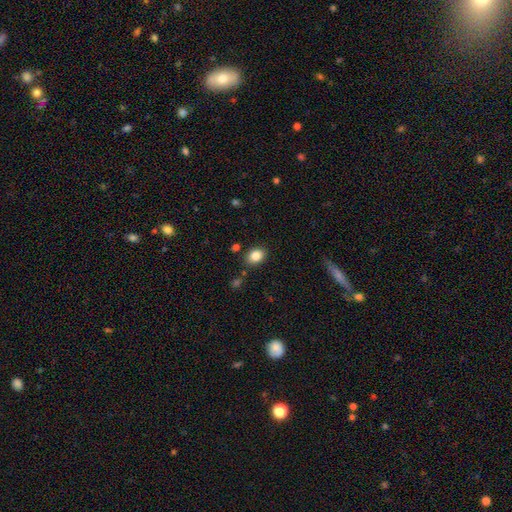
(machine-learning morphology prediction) smooth_or_featured: smooth (p=0.85) [alt: star or artifact p=0.09]
how_rounded: in between (p=0.63) [alt: round p=0.36]
merging: none (p=0.83) [alt: minor disturbance p=0.11]